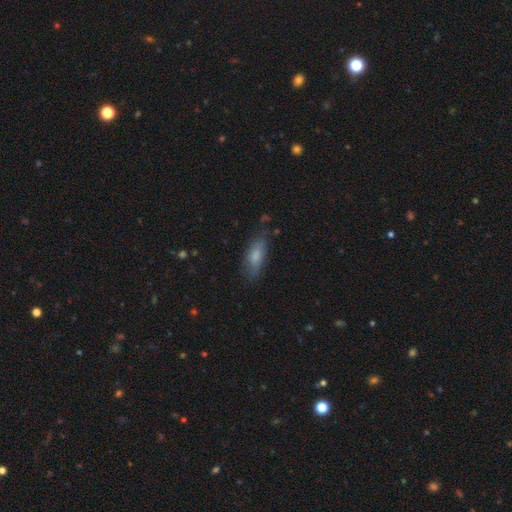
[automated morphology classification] Smooth or featured? Predicted: smooth (p=0.78). How rounded? Predicted: in between (p=0.67). Merging? Predicted: none (p=0.72).